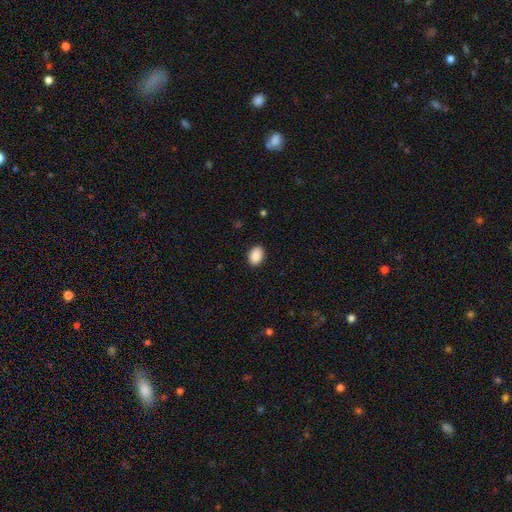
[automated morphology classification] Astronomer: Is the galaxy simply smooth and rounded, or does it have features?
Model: smooth — 90%.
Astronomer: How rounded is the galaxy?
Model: in between — 81%.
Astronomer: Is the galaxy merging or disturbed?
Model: none — 89%.